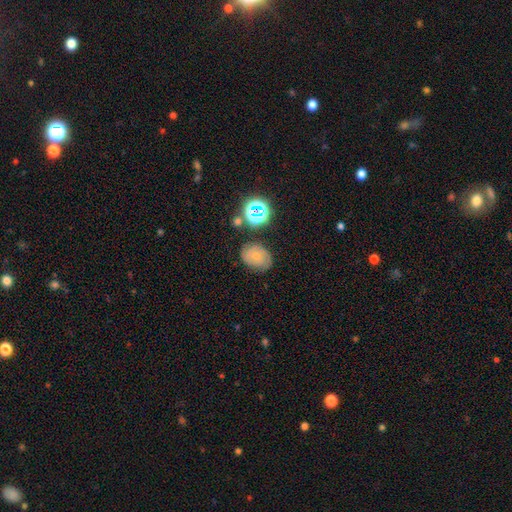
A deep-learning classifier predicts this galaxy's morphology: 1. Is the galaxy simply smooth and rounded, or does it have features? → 51% smooth, 30% featured or disk, 19% star or artifact.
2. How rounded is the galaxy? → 60% in between, 39% round, 1% cigar-shaped.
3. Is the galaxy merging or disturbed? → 73% none, 18% minor disturbance, 5% major disturbance, 4% merger.